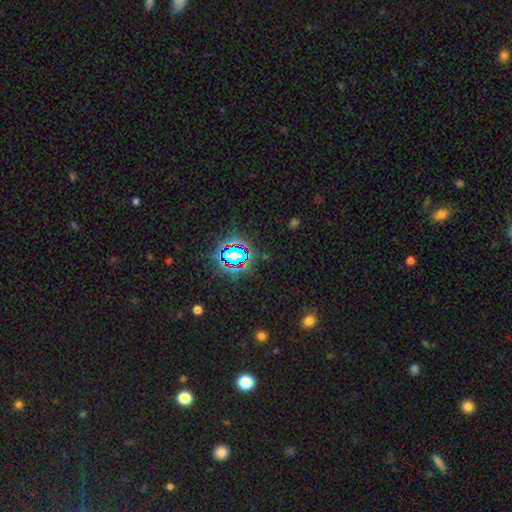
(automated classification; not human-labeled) star or artifact 77%, smooth 14%, featured or disk 8%.